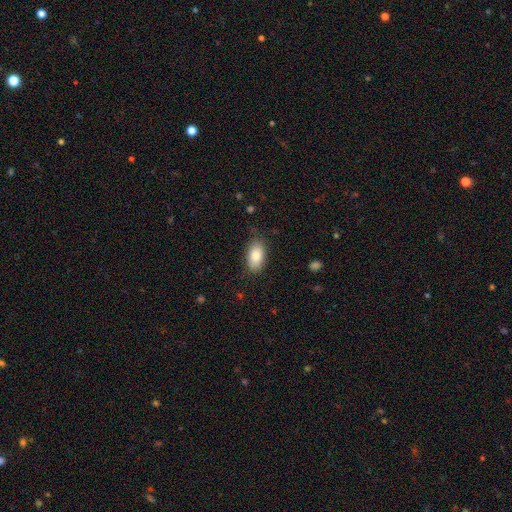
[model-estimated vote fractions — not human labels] Smooth or featured? smooth (81%)
How rounded? in between (92%)
Merging? none (78%)